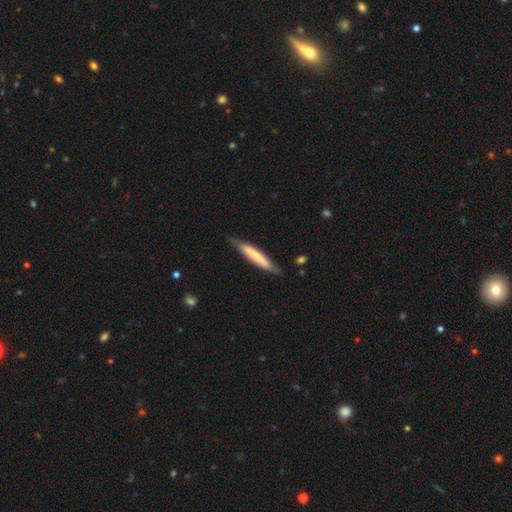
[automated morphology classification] smooth 66%, featured or disk 28%, star or artifact 5%. Down the decision tree: how rounded — cigar-shaped (90%); merging — none (75%).